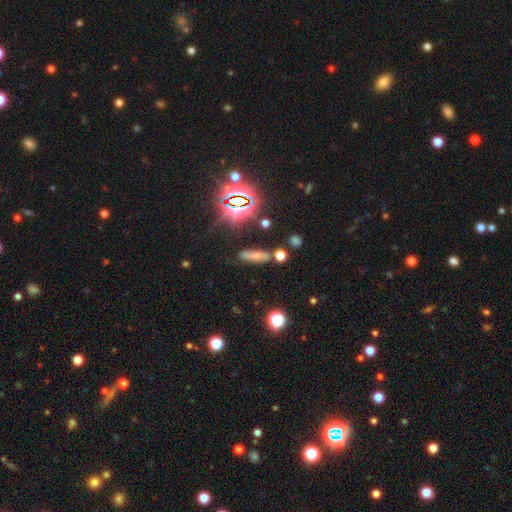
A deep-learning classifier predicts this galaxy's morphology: The model was most divided on "smooth or featured": smooth: 54%, star or artifact: 24%, featured or disk: 22%. More confident: merging — none (71%); how rounded — cigar-shaped (62%).